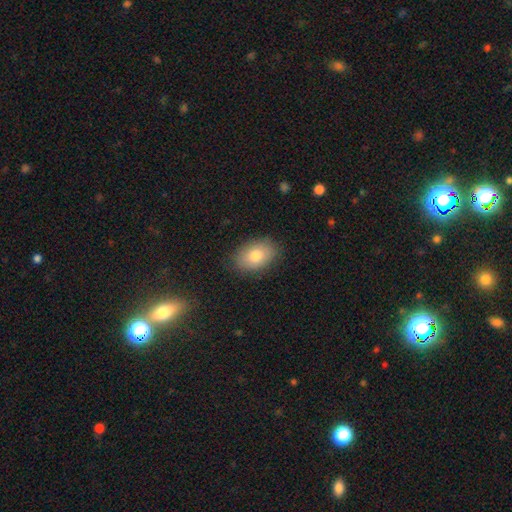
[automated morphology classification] Smooth or featured?
  - smooth: 79% *
  - featured or disk: 14%
  - star or artifact: 8%
How rounded?
  - in between: 86% *
  - round: 13%
  - cigar-shaped: 1%
Merging?
  - none: 85% *
  - minor disturbance: 11%
  - major disturbance: 3%
  - merger: 1%